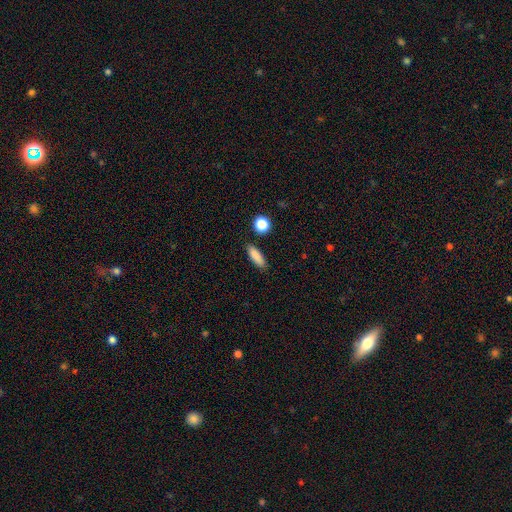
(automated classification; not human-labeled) A smooth galaxy with no disk features (85%) that is in between round and cigar-shaped (49%).

Vote fractions:
- Smooth or featured? smooth: 85% / star or artifact: 8% / featured or disk: 6%
- How rounded? in between: 49% / cigar-shaped: 47% / round: 4%
- Merging? none: 85% / minor disturbance: 10% / merger: 3% / major disturbance: 2%